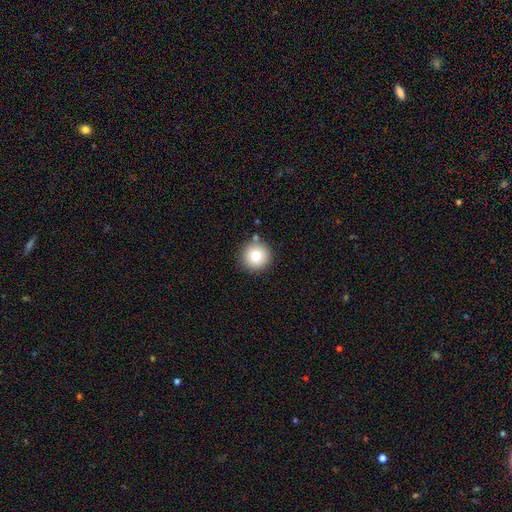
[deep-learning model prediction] smooth_or_featured: smooth (p=0.77) [alt: featured or disk p=0.12]
how_rounded: round (p=0.96) [alt: in between p=0.03]
merging: none (p=0.85) [alt: minor disturbance p=0.08]